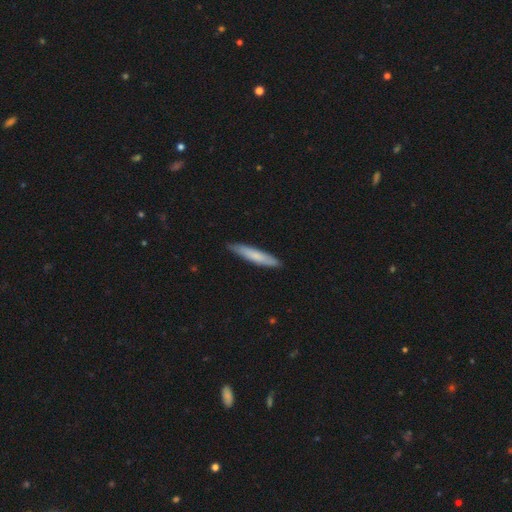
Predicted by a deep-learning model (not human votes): Smooth or featured: smooth — 72% (featured or disk — 22%)
How rounded: cigar-shaped — 91% (in between — 8%)
Merging: none — 86% (minor disturbance — 11%)